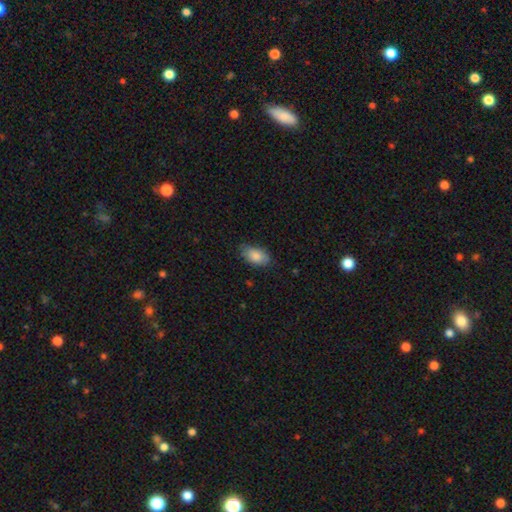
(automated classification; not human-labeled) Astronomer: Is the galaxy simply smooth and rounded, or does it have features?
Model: smooth — 85%.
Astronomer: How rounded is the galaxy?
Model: in between — 93%.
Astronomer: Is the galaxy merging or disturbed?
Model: none — 77%.